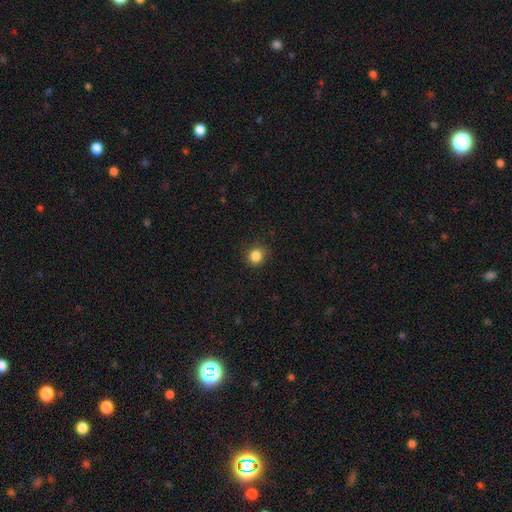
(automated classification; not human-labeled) Q: Smooth or featured?
A: smooth (85%); runner-up: star or artifact (11%)
Q: How rounded?
A: round (80%); runner-up: in between (19%)
Q: Merging?
A: none (84%); runner-up: minor disturbance (12%)